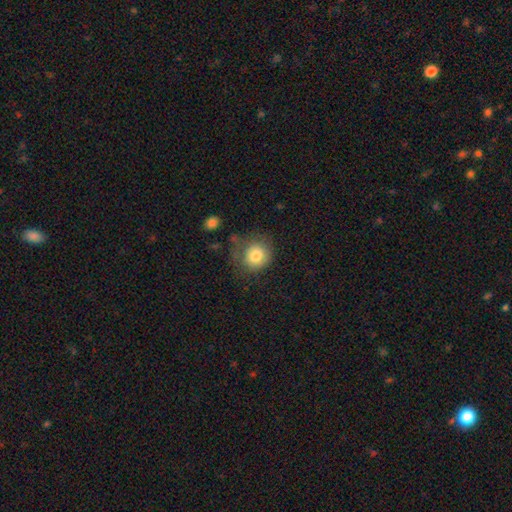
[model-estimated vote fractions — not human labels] This appears to be a smooth galaxy with no disk features (81%) that is round (83%). Merging: none (63%).